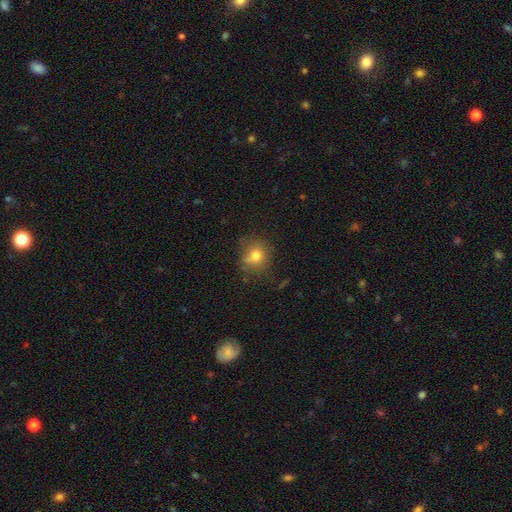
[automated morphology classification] Smooth or featured: smooth — 75% (star or artifact — 13%)
How rounded: round — 76% (in between — 23%)
Merging: none — 66% (minor disturbance — 22%)